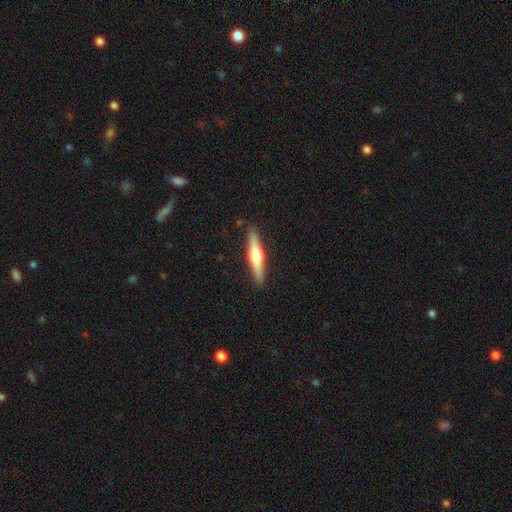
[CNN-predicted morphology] Smooth or featured? featured or disk (51%)
Edge-on disk? yes (96%)
Merging? none (89%)